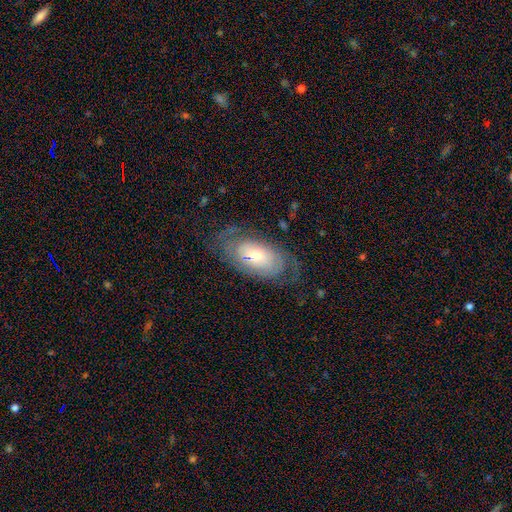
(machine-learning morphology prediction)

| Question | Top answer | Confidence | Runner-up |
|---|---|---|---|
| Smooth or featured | featured or disk | 65% | smooth (27%) |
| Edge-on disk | no | 91% | yes (9%) |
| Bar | no | 67% | weak (27%) |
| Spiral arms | yes | 76% | no (24%) |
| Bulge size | moderate | 58% | small (34%) |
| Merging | none | 63% | minor disturbance (21%) |